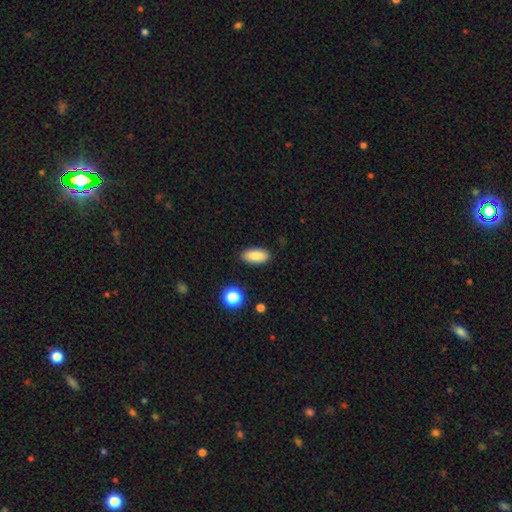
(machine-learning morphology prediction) The model was most divided on "smooth or featured": smooth: 87%, star or artifact: 8%, featured or disk: 5%. More confident: how rounded — in between (89%); merging — none (88%).